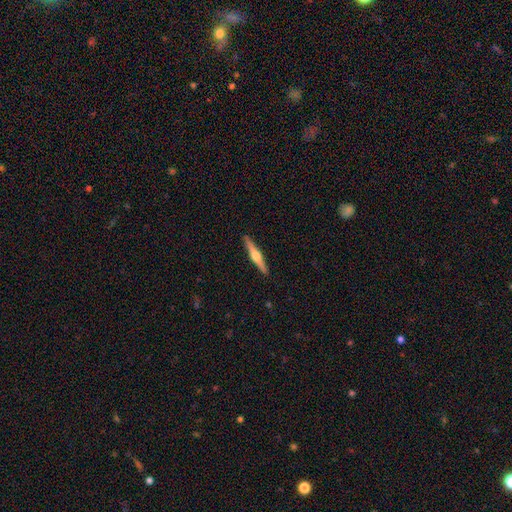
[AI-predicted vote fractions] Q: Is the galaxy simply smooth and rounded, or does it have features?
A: featured or disk — 66%.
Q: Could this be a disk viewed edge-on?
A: yes — 98%.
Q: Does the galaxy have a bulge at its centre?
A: rounded — 92%.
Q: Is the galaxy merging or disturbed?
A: none — 92%.